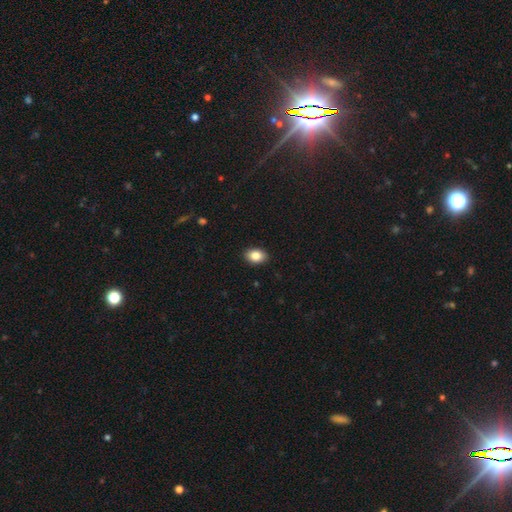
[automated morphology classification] smooth 84%, star or artifact 8%, featured or disk 8%. Down the decision tree: how rounded — in between (82%); merging — none (90%).